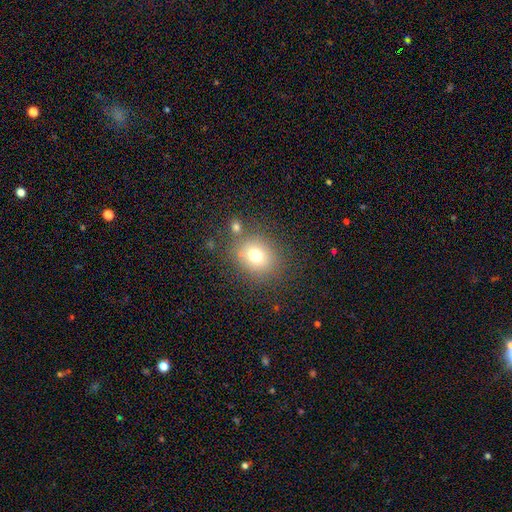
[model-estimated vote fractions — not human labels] This appears to be a smooth galaxy with no disk features (73%) that is round (71%). Merging: none (74%).